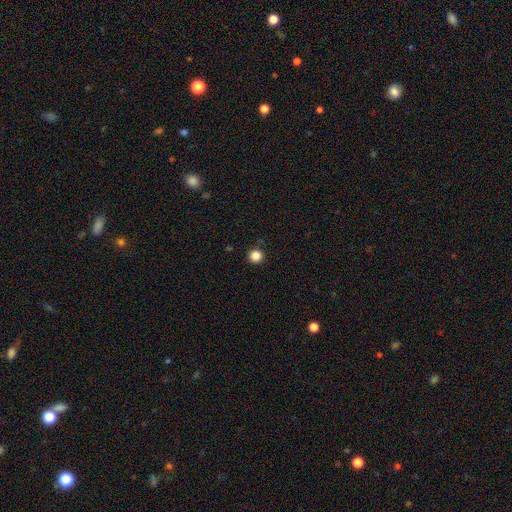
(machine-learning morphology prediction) smooth-or-featured: smooth: 85% | star or artifact: 12% | featured or disk: 3%
  how-rounded: round: 96% | in between: 3% | cigar-shaped: 1%
  merging: none: 91% | minor disturbance: 5% | major disturbance: 2% | merger: 2%